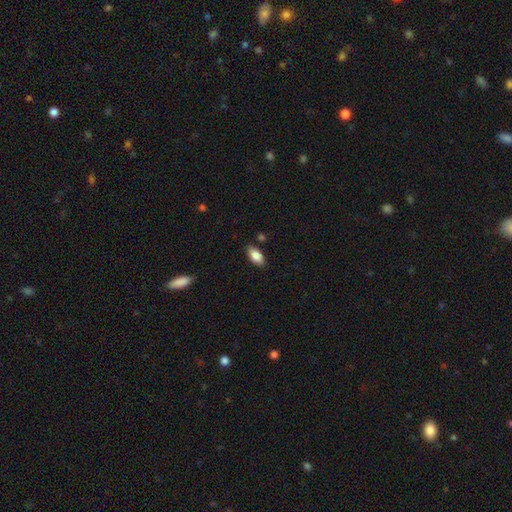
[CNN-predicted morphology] type=smooth (85%); roundness=in between (92%); merging=none (84%).